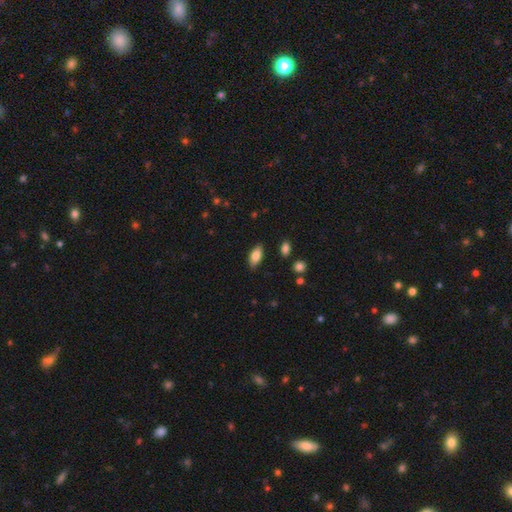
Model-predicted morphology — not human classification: This is likely a smooth galaxy (80%). How rounded: clearly in between (85%). Merging: clearly none (86%).